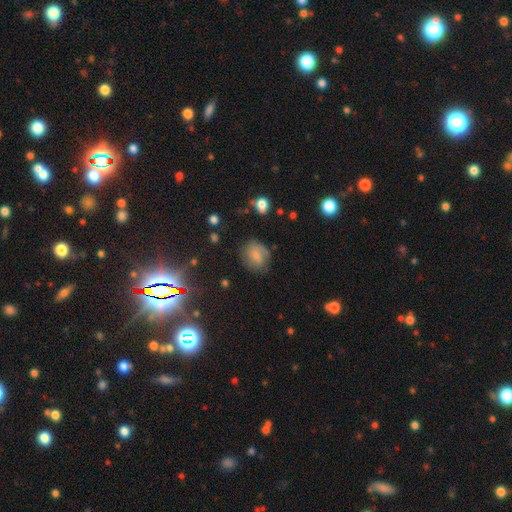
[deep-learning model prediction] Smooth or featured? Predicted: smooth (p=0.56). How rounded? Predicted: round (p=0.65). Merging? Predicted: none (p=0.67).